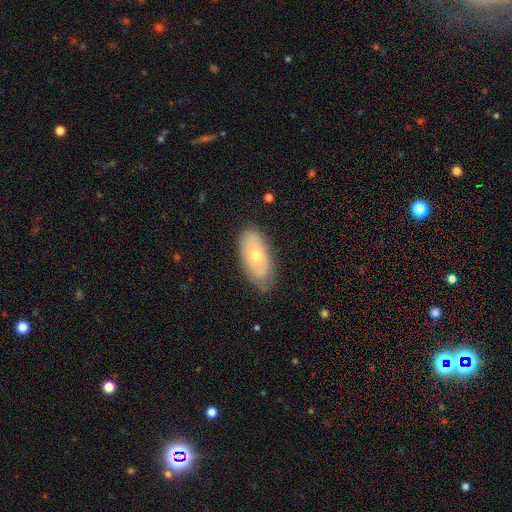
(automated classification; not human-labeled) smooth_or_featured: featured or disk (p=0.47) [alt: smooth p=0.46]
merging: none (p=0.73) [alt: minor disturbance p=0.21]